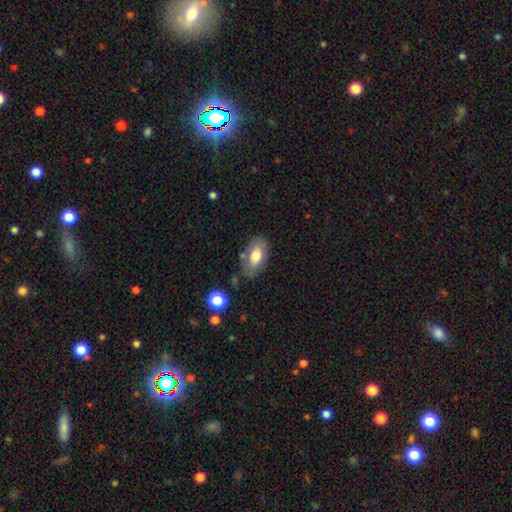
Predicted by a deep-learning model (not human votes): A smooth galaxy with no disk features (70%) that is in between round and cigar-shaped (91%).

Vote fractions:
- Smooth or featured? smooth: 70% / featured or disk: 23% / star or artifact: 7%
- How rounded? in between: 91% / round: 6% / cigar-shaped: 3%
- Merging? none: 69% / minor disturbance: 20% / major disturbance: 6% / merger: 6%